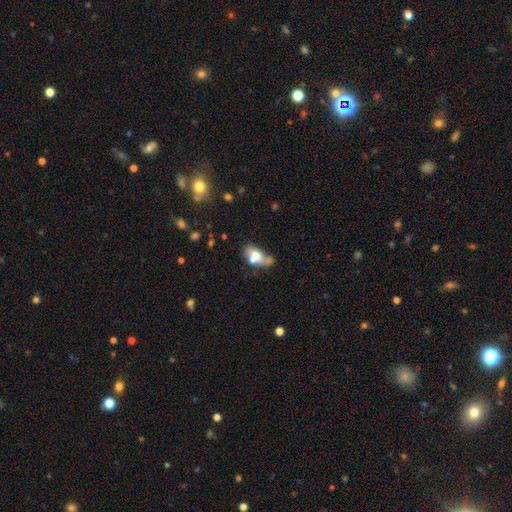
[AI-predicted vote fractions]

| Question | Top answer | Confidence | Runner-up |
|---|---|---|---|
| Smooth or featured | smooth | 59% | featured or disk (31%) |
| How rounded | in between | 82% | round (12%) |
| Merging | merger | 50% | none (22%) |